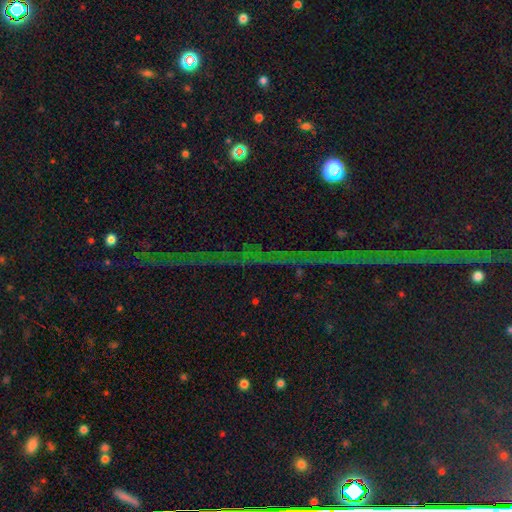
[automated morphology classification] The model was most divided on "smooth or featured": star or artifact: 84%, featured or disk: 9%, smooth: 7%.